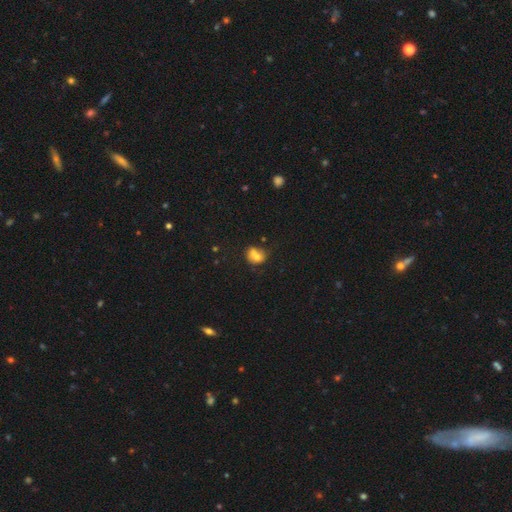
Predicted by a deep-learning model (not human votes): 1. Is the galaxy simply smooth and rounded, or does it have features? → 67% smooth, 20% featured or disk, 13% star or artifact.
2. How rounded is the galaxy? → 53% round, 46% in between, 2% cigar-shaped.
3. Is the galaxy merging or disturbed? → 40% none, 29% merger, 21% minor disturbance, 10% major disturbance.